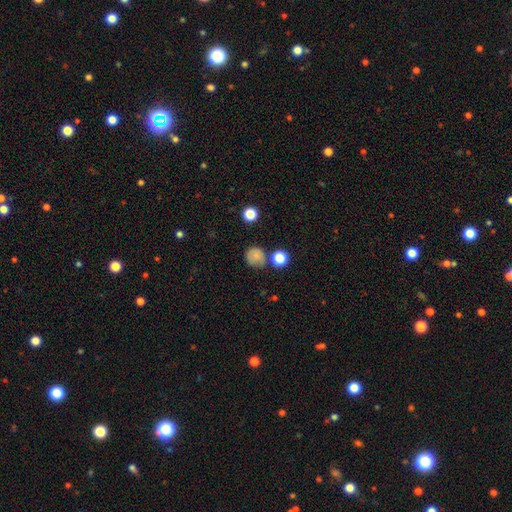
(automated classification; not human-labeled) A smooth galaxy with no disk features (79%) that is round (84%).

Vote fractions:
- Smooth or featured? smooth: 79% / star or artifact: 13% / featured or disk: 8%
- How rounded? round: 84% / in between: 15% / cigar-shaped: 1%
- Merging? none: 68% / minor disturbance: 17% / merger: 10% / major disturbance: 5%